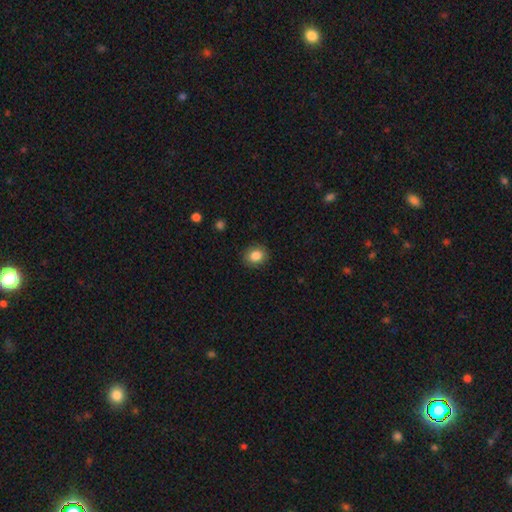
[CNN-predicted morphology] A smooth galaxy with no disk features (85%) that is round (64%).

Vote fractions:
- Smooth or featured? smooth: 85% / star or artifact: 9% / featured or disk: 6%
- How rounded? round: 64% / in between: 35% / cigar-shaped: 1%
- Merging? none: 89% / minor disturbance: 8% / major disturbance: 2% / merger: 1%